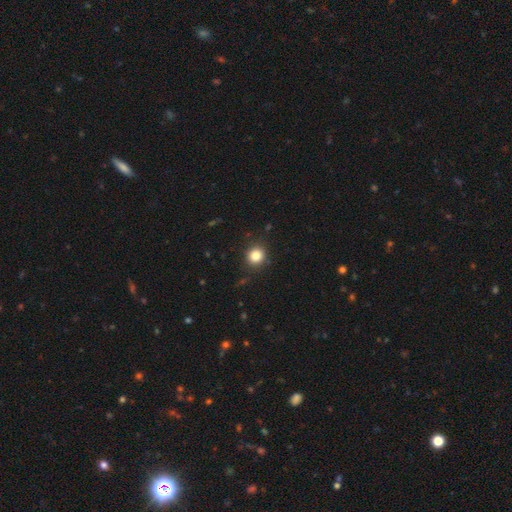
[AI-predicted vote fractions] This is clearly a smooth galaxy (84%). How rounded: clearly round (86%). Merging: clearly none (87%).